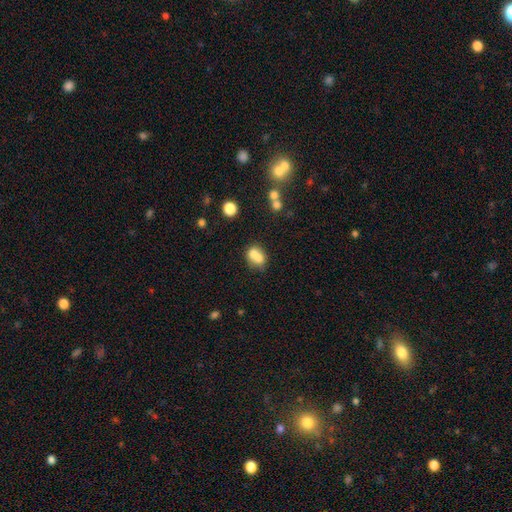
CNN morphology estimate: smooth 70%, featured or disk 19%, star or artifact 11%. Down the decision tree: how rounded — in between (52%); merging — merger (58%).